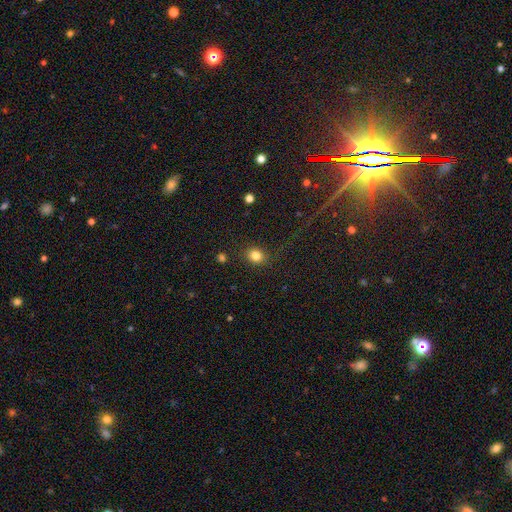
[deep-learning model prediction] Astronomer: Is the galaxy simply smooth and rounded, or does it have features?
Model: smooth — 82%.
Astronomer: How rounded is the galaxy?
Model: round — 68%.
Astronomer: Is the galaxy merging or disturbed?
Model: none — 84%.